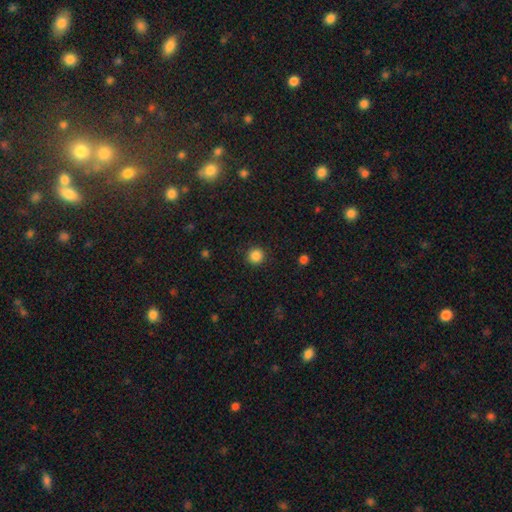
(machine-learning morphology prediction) Smooth or featured?
  - smooth: 86% *
  - star or artifact: 11%
  - featured or disk: 3%
How rounded?
  - round: 95% *
  - in between: 4%
  - cigar-shaped: 1%
Merging?
  - none: 91% *
  - minor disturbance: 6%
  - major disturbance: 2%
  - merger: 1%